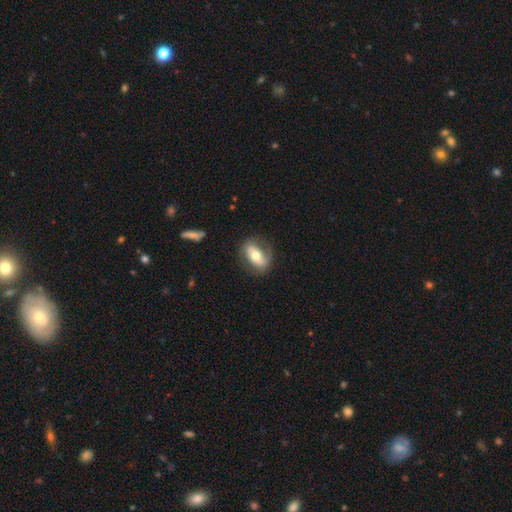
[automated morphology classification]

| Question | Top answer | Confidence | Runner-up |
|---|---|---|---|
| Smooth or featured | featured or disk | 50% | smooth (44%) |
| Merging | none | 72% | minor disturbance (19%) |